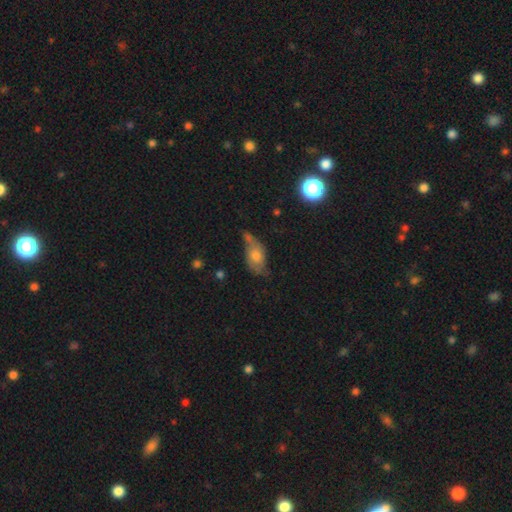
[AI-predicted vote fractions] smooth-or-featured: smooth: 59% | featured or disk: 31% | star or artifact: 10%
  how-rounded: in between: 85% | round: 10% | cigar-shaped: 5%
  merging: none: 36% | minor disturbance: 30% | merger: 18% | major disturbance: 16%